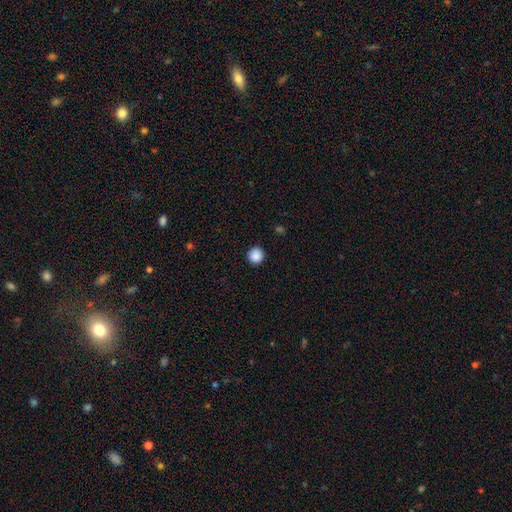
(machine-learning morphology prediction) Smooth or featured?
  - smooth: 88% *
  - star or artifact: 9%
  - featured or disk: 2%
How rounded?
  - round: 95% *
  - in between: 4%
  - cigar-shaped: 1%
Merging?
  - none: 92% *
  - minor disturbance: 5%
  - major disturbance: 2%
  - merger: 1%